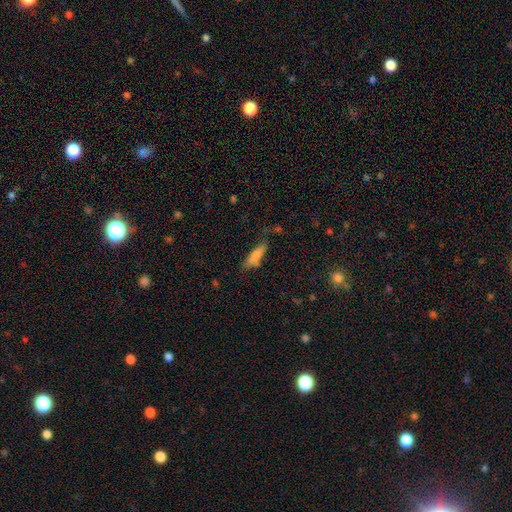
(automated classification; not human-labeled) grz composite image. It shows a smooth galaxy with no disk features (76%) that is cigar-shaped (59%). Merging: none (61%).